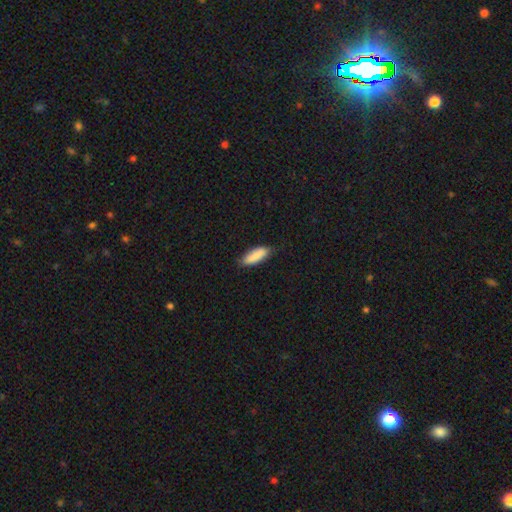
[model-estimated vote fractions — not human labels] Morphology: type=smooth (88%); roundness=in between (54%); merging=none (80%).